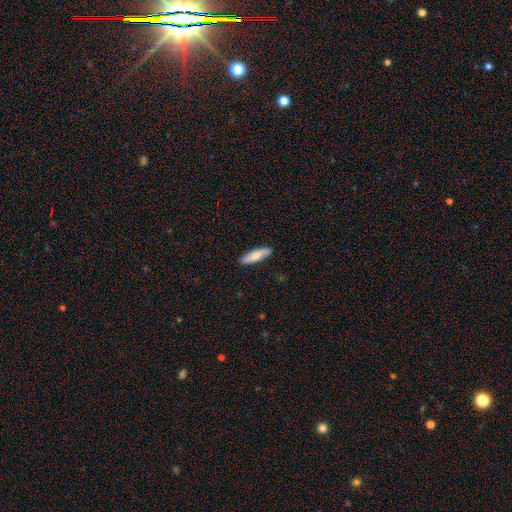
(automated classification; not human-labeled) This appears to be a smooth galaxy with no disk features (71%) that is cigar-shaped (63%). Merging: none (88%).